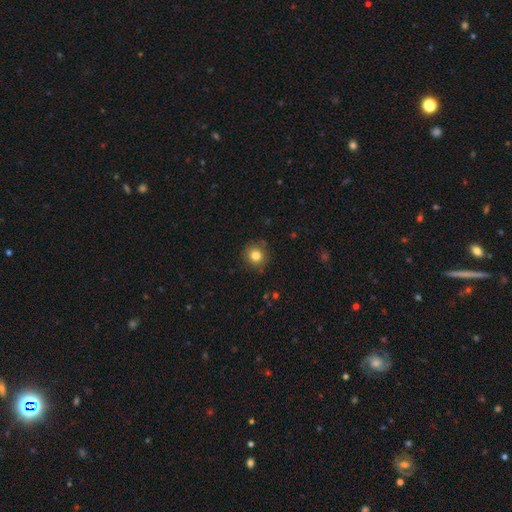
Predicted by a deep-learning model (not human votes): smooth-or-featured: smooth: 82% | star or artifact: 11% | featured or disk: 7%
  how-rounded: round: 90% | in between: 9% | cigar-shaped: 1%
  merging: none: 86% | minor disturbance: 10% | major disturbance: 3% | merger: 1%